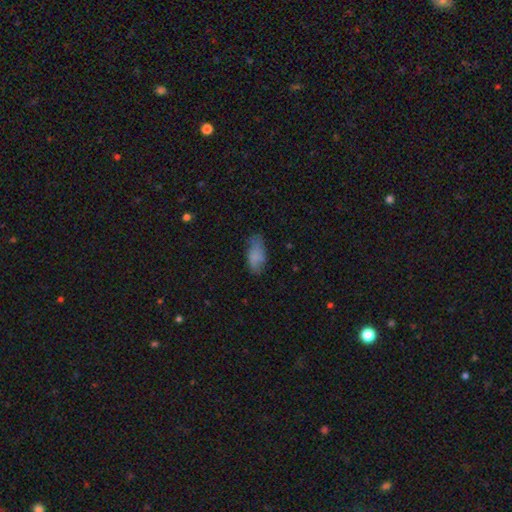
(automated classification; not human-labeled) Smooth or featured? Predicted: smooth (p=0.80). How rounded? Predicted: in between (p=0.91). Merging? Predicted: none (p=0.62).